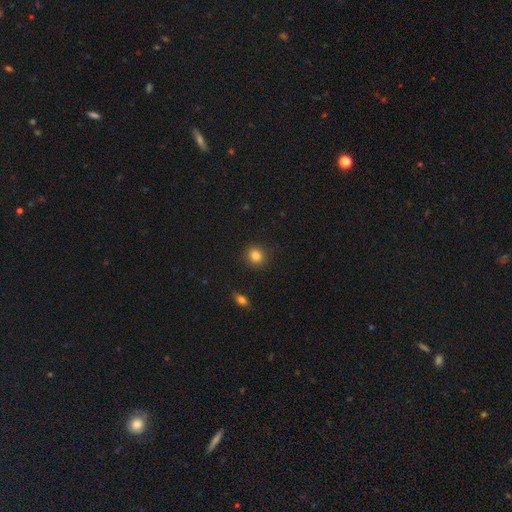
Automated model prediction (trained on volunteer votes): Smooth or featured? Predicted: smooth (p=0.84). How rounded? Predicted: round (p=0.83). Merging? Predicted: none (p=0.90).